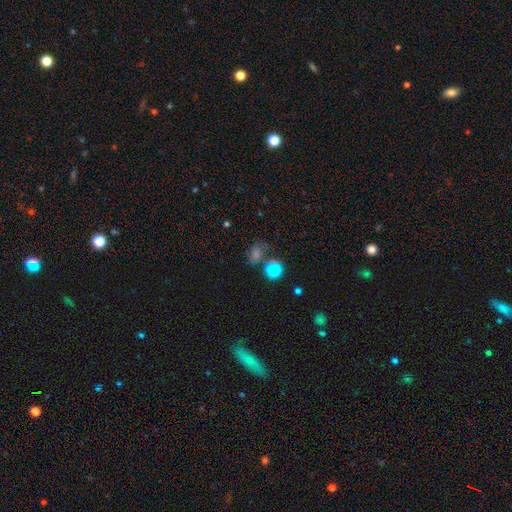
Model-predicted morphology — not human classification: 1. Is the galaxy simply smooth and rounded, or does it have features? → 45% smooth, 37% star or artifact, 18% featured or disk.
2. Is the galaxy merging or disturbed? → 54% none, 17% minor disturbance, 16% merger, 13% major disturbance.